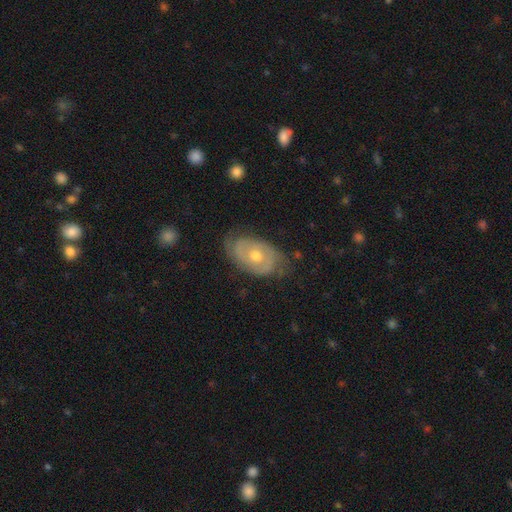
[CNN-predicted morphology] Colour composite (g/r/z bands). It shows a featured or disk galaxy (76%) with no bar (76%), 2 (65%) tight (58%) spiral arms (85%) and a moderate central bulge (71%). Merging: none (71%).